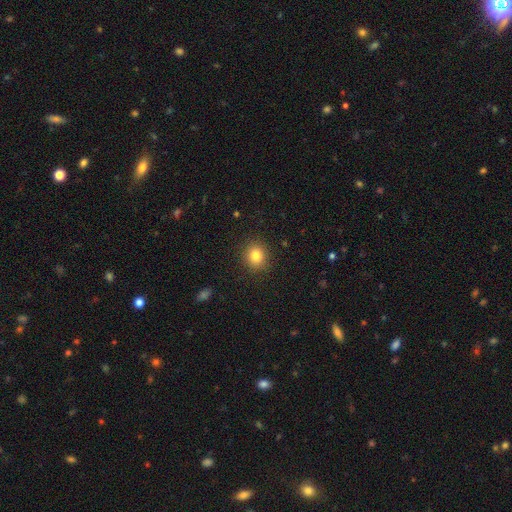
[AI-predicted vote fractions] Smooth or featured? smooth (83%)
How rounded? round (80%)
Merging? none (90%)